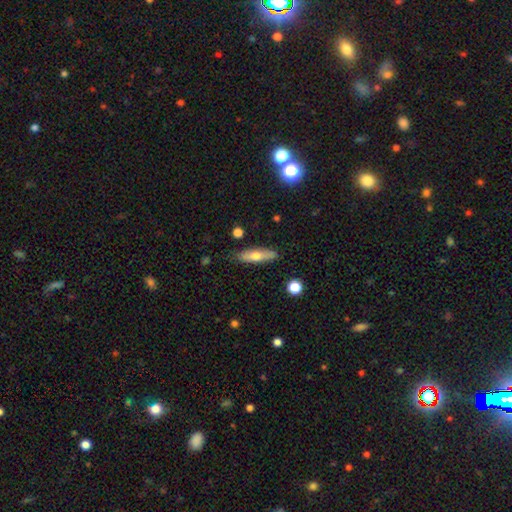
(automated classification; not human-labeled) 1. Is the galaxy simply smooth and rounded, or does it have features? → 59% smooth, 35% featured or disk, 6% star or artifact.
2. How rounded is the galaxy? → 60% cigar-shaped, 37% in between, 3% round.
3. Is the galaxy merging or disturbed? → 84% none, 12% minor disturbance, 2% major disturbance, 2% merger.